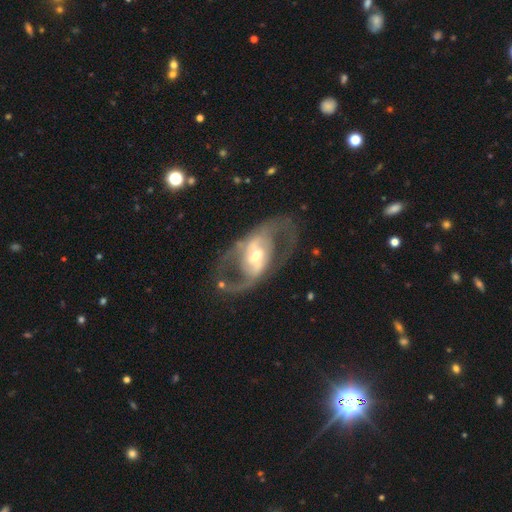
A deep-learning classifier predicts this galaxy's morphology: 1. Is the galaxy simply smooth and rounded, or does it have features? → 84% featured or disk, 11% smooth, 5% star or artifact.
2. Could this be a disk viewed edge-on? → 93% no, 7% yes.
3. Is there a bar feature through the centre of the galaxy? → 43% strong, 36% weak, 21% no.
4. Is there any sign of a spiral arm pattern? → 76% yes, 24% no.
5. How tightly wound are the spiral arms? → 51% medium, 31% loose, 18% tight.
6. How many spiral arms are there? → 86% 2, 8% can't tell, 3% 1, 2% 3, 1% 4, 1% more than 4.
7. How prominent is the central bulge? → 64% moderate, 20% small, 13% large, 1% dominant, 1% none.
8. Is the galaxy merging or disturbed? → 71% none, 14% major disturbance, 13% minor disturbance, 2% merger.